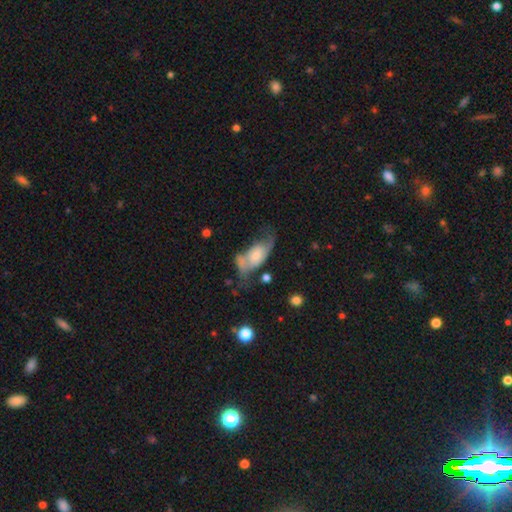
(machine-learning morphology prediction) Smooth or featured? Predicted: featured or disk (p=0.57). Edge-on disk? Predicted: no (p=0.91). Bar? Predicted: no (p=0.65). Spiral arms? Predicted: yes (p=0.73). Bulge size? Predicted: small (p=0.47). Merging? Predicted: none (p=0.33).